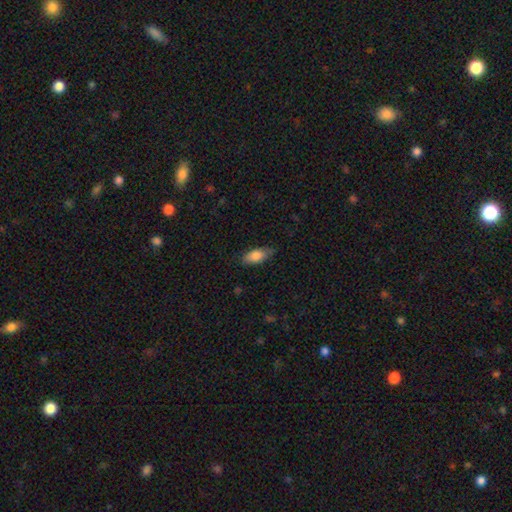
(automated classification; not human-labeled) A smooth galaxy with no disk features (82%) that is in between round and cigar-shaped (85%). Merging: none (77%).